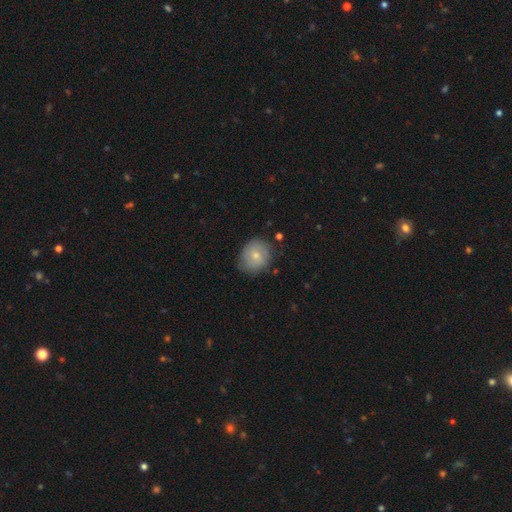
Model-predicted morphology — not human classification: A smooth galaxy with no disk features (69%) that is round (69%).

Vote fractions:
- Smooth or featured? smooth: 69% / featured or disk: 24% / star or artifact: 7%
- How rounded? round: 69% / in between: 30% / cigar-shaped: 1%
- Merging? none: 72% / minor disturbance: 21% / major disturbance: 5% / merger: 2%